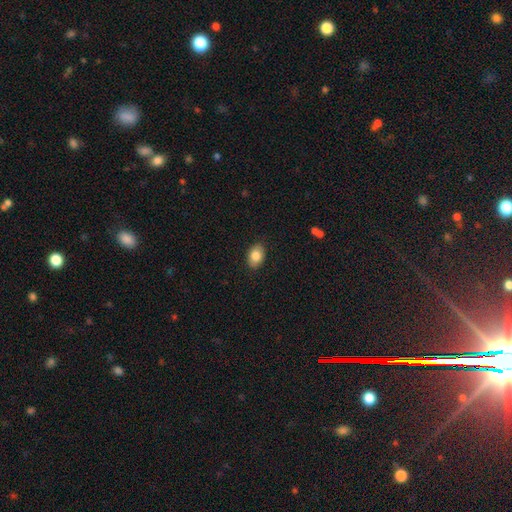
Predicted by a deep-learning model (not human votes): Overall: smooth (84%). How rounded: in between (82%). Merging: none (88%).